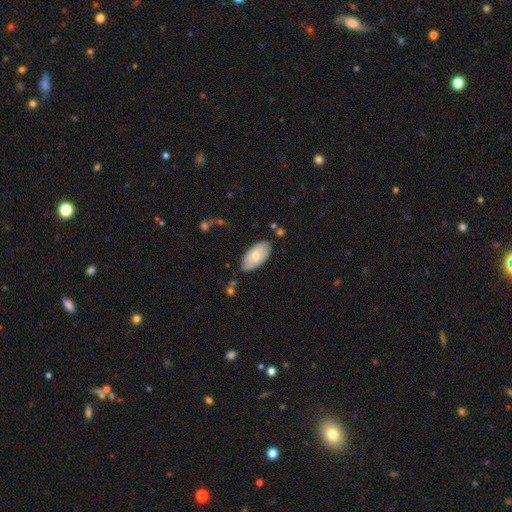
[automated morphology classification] The model was most divided on "smooth or featured": smooth: 74%, featured or disk: 20%, star or artifact: 6%. More confident: how rounded — in between (95%); merging — none (75%).